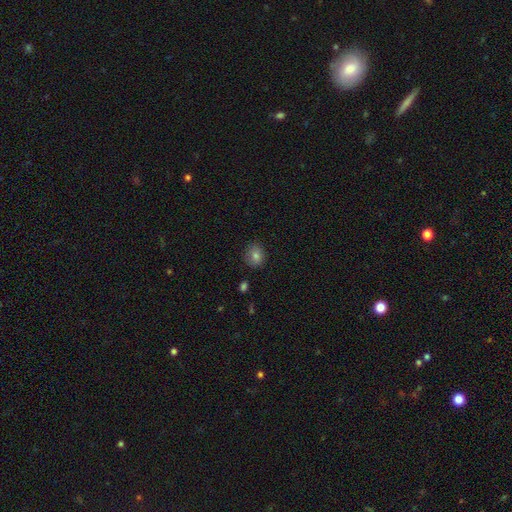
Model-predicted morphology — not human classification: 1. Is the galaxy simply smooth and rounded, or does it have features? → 80% smooth, 11% star or artifact, 9% featured or disk.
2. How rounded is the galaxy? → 77% round, 22% in between, 1% cigar-shaped.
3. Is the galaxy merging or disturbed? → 84% none, 12% minor disturbance, 3% major disturbance, 1% merger.